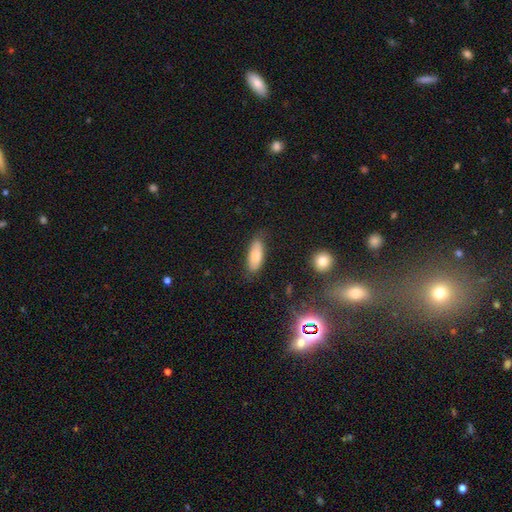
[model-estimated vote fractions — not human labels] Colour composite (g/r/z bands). It shows a smooth galaxy with no disk features (79%) that is in between round and cigar-shaped (76%). Merging: none (74%).